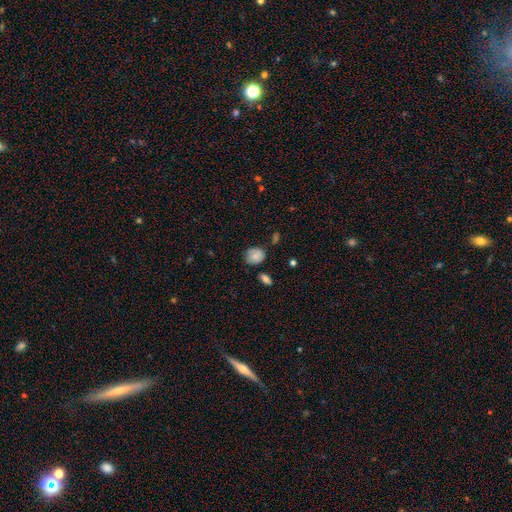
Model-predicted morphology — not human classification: Smooth or featured? smooth (75%)
How rounded? round (55%)
Merging? none (61%)